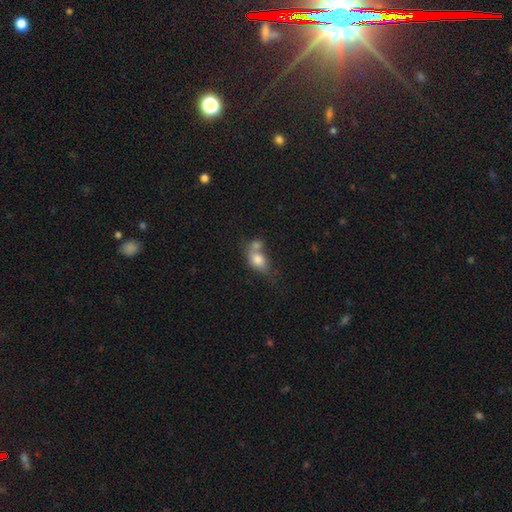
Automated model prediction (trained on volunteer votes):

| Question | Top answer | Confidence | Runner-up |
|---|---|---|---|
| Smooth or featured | smooth | 77% | featured or disk (14%) |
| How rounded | in between | 71% | round (26%) |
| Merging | merger | 50% | none (27%) |